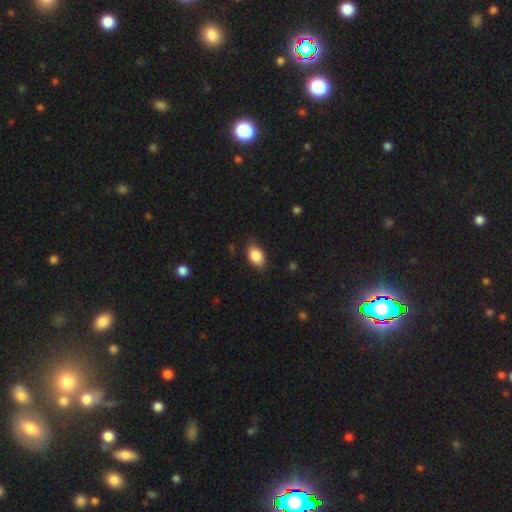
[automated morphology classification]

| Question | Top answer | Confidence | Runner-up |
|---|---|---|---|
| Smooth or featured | smooth | 86% | star or artifact (7%) |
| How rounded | in between | 87% | round (11%) |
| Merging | none | 79% | minor disturbance (16%) |